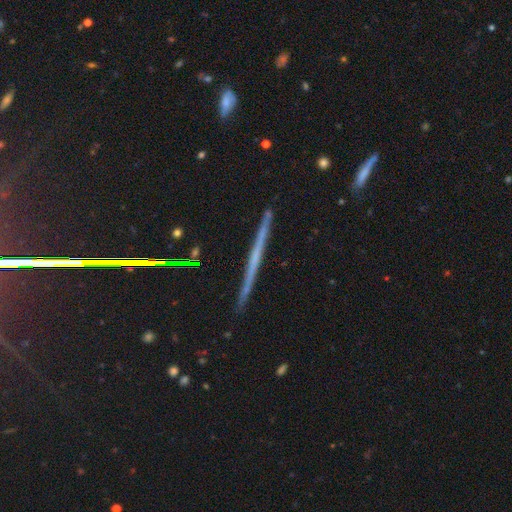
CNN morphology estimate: This appears to be a featured or disk galaxy (63%) viewed edge-on (98%) with no central bulge (81%). Merging: none (90%).